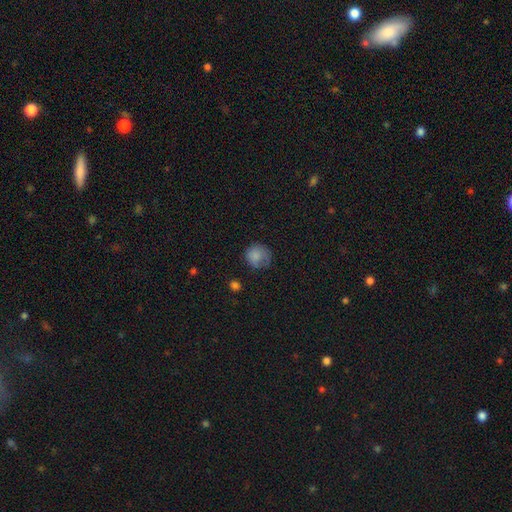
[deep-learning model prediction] This is clearly a smooth galaxy (81%). How rounded: clearly round (85%). Merging: possibly none (59%).